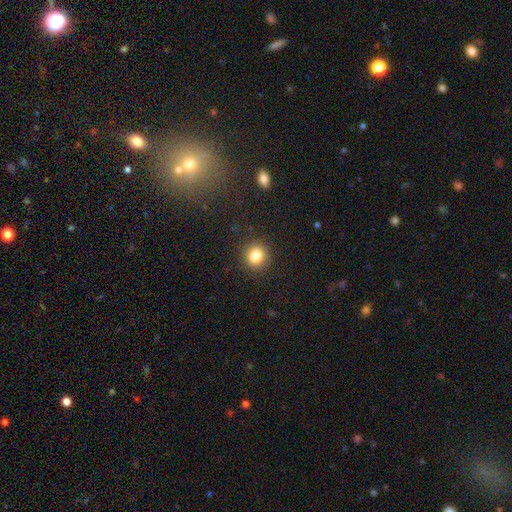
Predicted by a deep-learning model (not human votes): smooth-or-featured: smooth: 83% | star or artifact: 11% | featured or disk: 6%
  how-rounded: round: 85% | in between: 14% | cigar-shaped: 1%
  merging: none: 90% | minor disturbance: 7% | major disturbance: 2% | merger: 1%